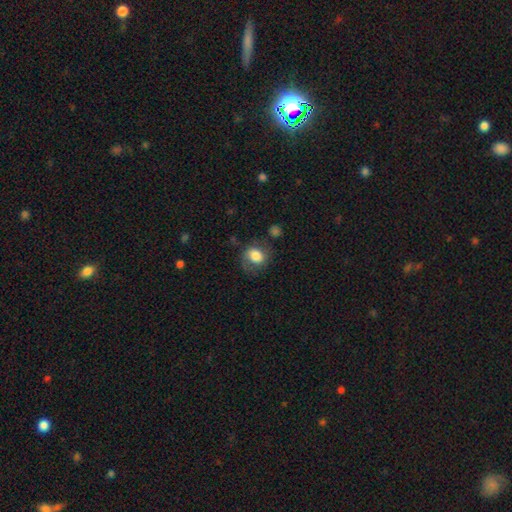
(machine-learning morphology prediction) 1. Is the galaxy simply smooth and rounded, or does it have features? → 67% smooth, 24% featured or disk, 9% star or artifact.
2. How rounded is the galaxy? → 59% round, 40% in between, 1% cigar-shaped.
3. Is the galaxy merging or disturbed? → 59% none, 24% minor disturbance, 15% major disturbance, 3% merger.